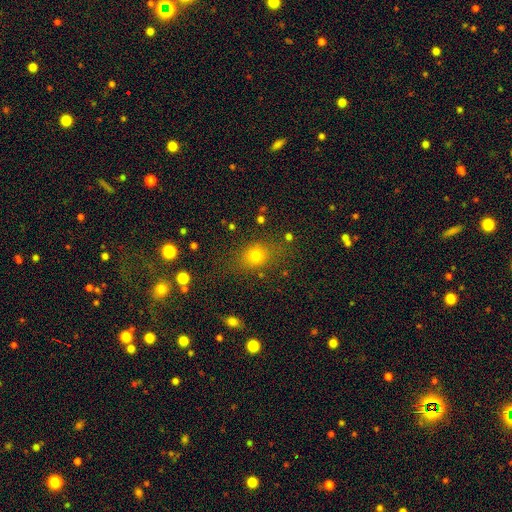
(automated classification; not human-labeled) The model was most divided on "how rounded": round: 54%, in between: 44%, cigar-shaped: 2%. More confident: merging — none (75%); smooth or featured — smooth (73%).